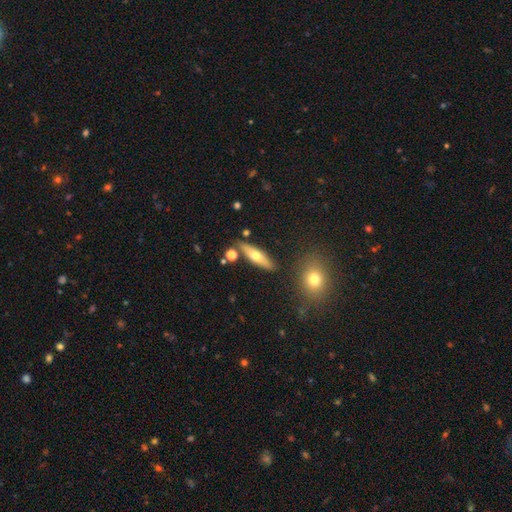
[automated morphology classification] This appears to be a smooth galaxy with no disk features (54%) that is cigar-shaped (54%). Merging: none (80%).